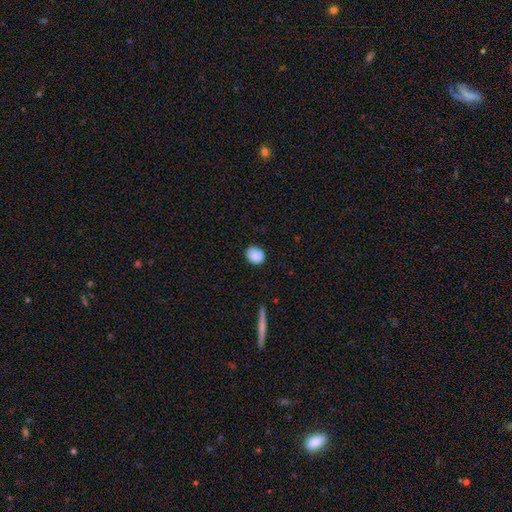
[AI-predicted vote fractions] This appears to be a smooth galaxy with no disk features (86%) that is round (62%). Merging: none (78%).